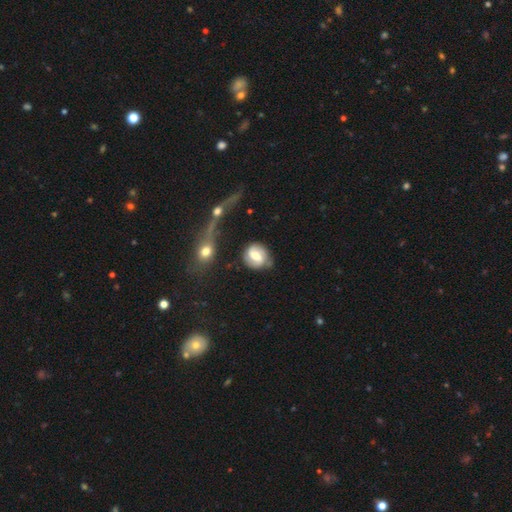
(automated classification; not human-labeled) The model was most divided on "bar": weak: 50%, strong: 27%, no: 23%. More confident: edge-on disk — no (96%); spiral arms — yes (83%); merging — none (69%); bulge size — moderate (61%); smooth or featured — featured or disk (60%).